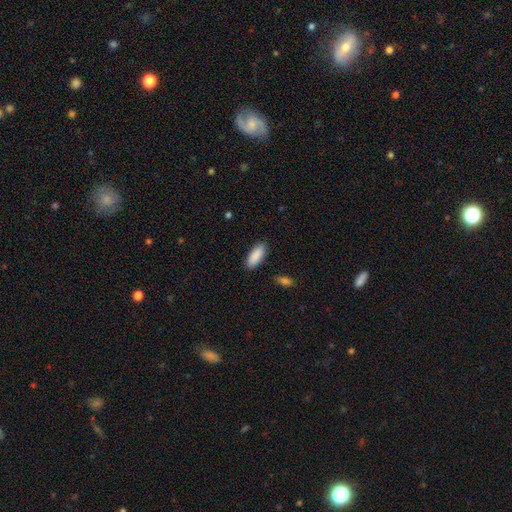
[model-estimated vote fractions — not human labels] Q: Smooth or featured?
A: smooth (90%); runner-up: star or artifact (6%)
Q: How rounded?
A: in between (80%); runner-up: cigar-shaped (19%)
Q: Merging?
A: none (88%); runner-up: minor disturbance (9%)